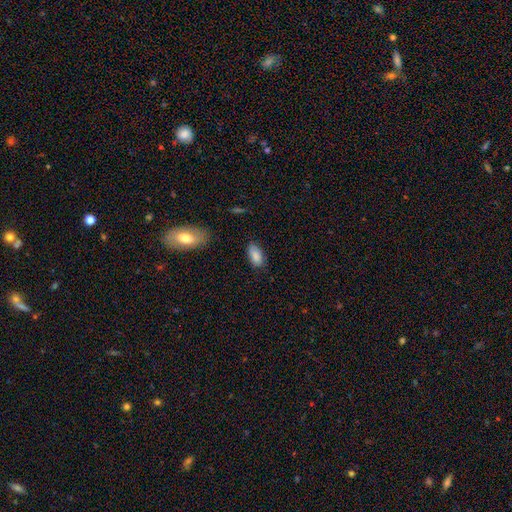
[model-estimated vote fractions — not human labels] smooth 86%, star or artifact 8%, featured or disk 6%. Down the decision tree: how rounded — in between (93%); merging — none (72%).